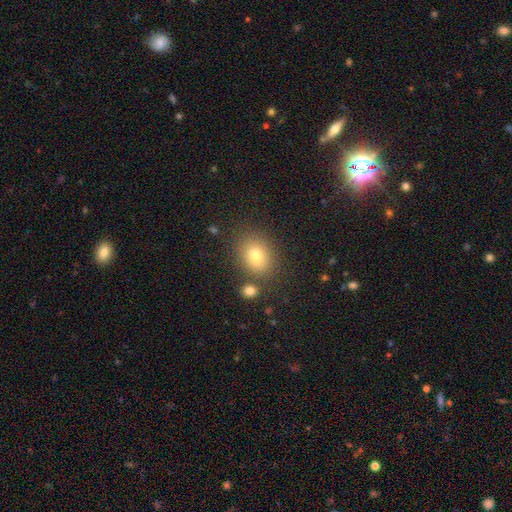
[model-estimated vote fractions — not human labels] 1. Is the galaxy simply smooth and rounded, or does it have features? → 77% smooth, 12% star or artifact, 11% featured or disk.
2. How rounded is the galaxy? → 59% in between, 40% round, 1% cigar-shaped.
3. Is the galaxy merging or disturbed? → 75% none, 12% minor disturbance, 9% merger, 4% major disturbance.